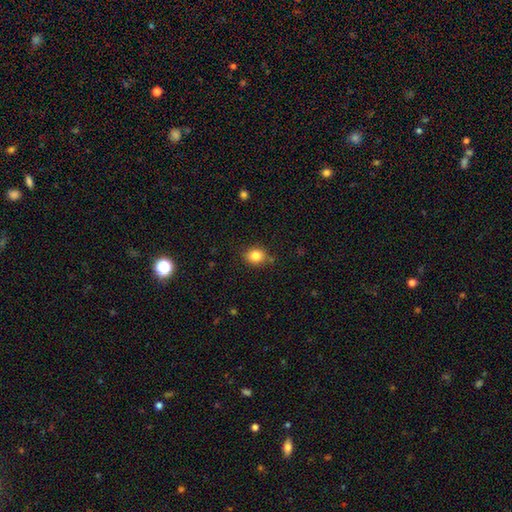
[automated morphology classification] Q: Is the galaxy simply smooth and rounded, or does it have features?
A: smooth — 83%.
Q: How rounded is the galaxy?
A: round — 65%.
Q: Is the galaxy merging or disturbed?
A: none — 81%.